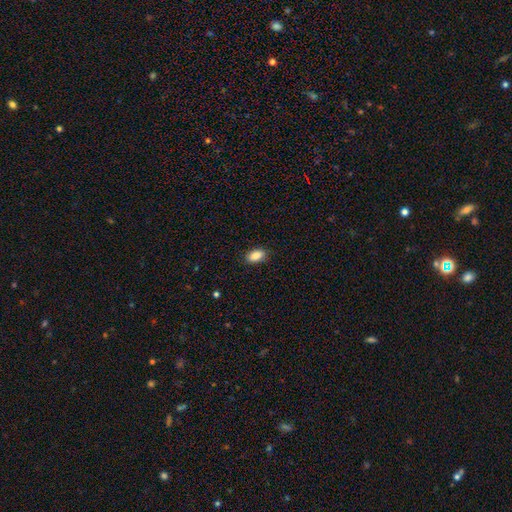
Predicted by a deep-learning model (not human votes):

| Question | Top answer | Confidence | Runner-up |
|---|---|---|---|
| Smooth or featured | smooth | 89% | star or artifact (8%) |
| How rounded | in between | 91% | round (6%) |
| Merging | none | 88% | minor disturbance (9%) |